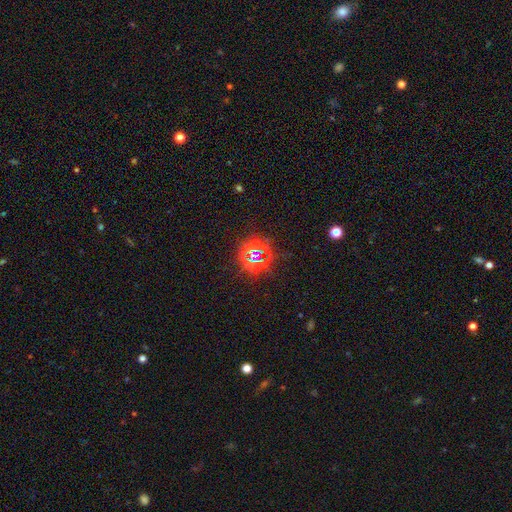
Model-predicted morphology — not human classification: A star or artifact, not a galaxy (76%).